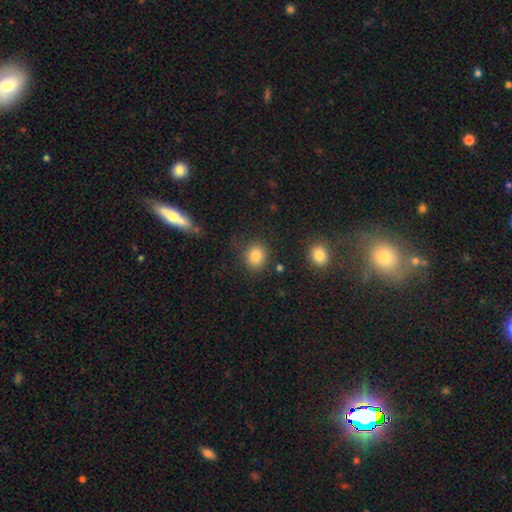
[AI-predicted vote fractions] smooth 83%, star or artifact 11%, featured or disk 6%. Down the decision tree: how rounded — round (72%); merging — none (81%).